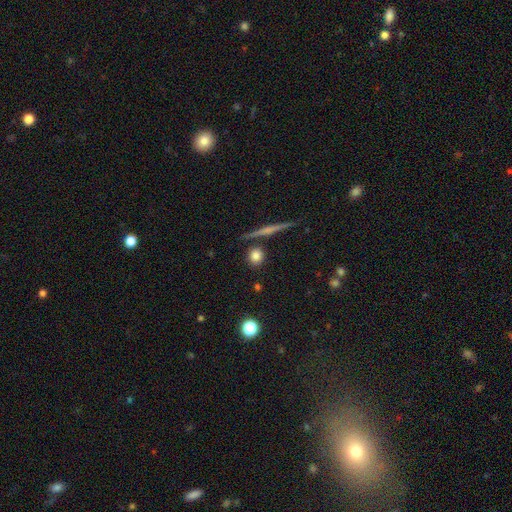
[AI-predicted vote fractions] Smooth or featured? Predicted: smooth (p=0.79). How rounded? Predicted: round (p=0.84). Merging? Predicted: none (p=0.82).